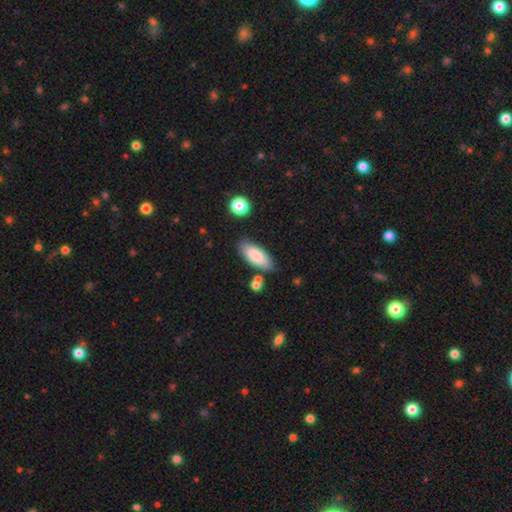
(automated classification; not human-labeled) Q: Smooth or featured?
A: smooth (84%); runner-up: featured or disk (10%)
Q: How rounded?
A: in between (80%); runner-up: cigar-shaped (18%)
Q: Merging?
A: none (78%); runner-up: minor disturbance (13%)